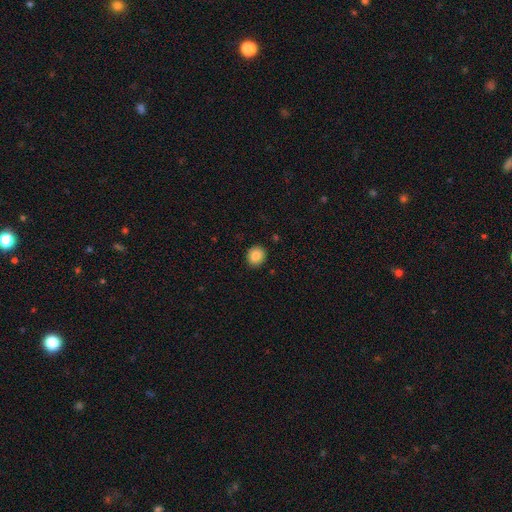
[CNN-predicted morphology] smooth 85%, star or artifact 9%, featured or disk 6%. Down the decision tree: how rounded — round (83%); merging — none (91%).